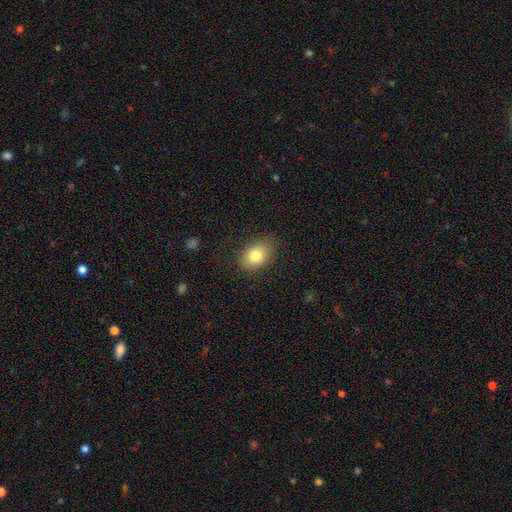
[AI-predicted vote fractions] smooth-or-featured: smooth: 81% | featured or disk: 10% | star or artifact: 9%
  how-rounded: in between: 74% | round: 25% | cigar-shaped: 1%
  merging: none: 82% | minor disturbance: 14% | major disturbance: 4% | merger: 1%